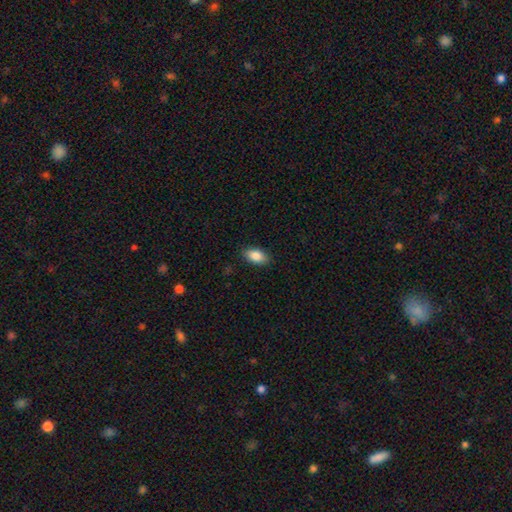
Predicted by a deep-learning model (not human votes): Smooth or featured? smooth (87%)
How rounded? in between (91%)
Merging? none (88%)